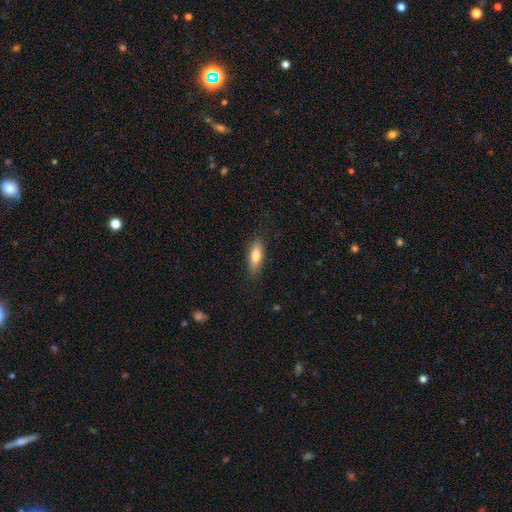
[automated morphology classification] Smooth or featured? smooth (78%)
How rounded? in between (62%)
Merging? none (85%)